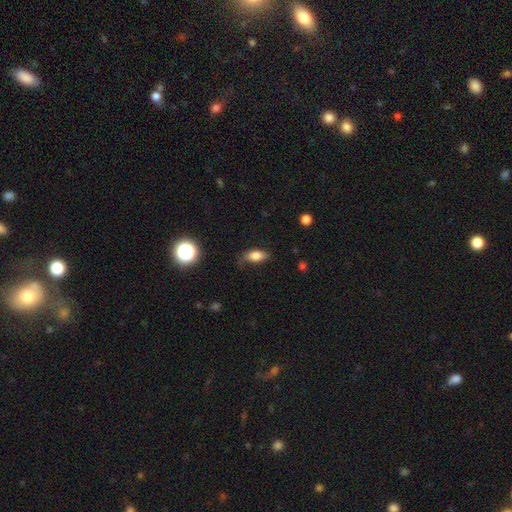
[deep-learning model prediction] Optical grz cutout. It shows a smooth galaxy with no disk features (76%) that is in between round and cigar-shaped (80%). Merging: none (71%).